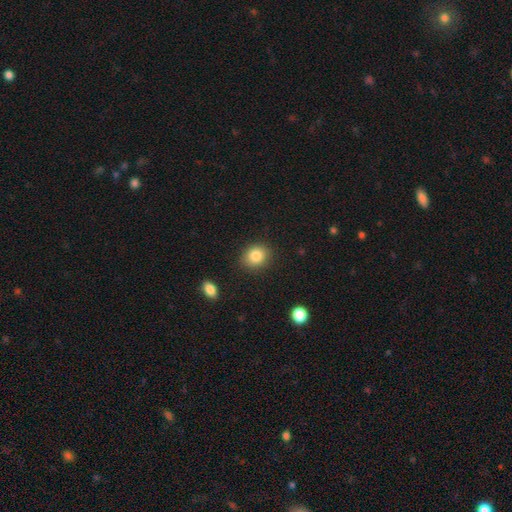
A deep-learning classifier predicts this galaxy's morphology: This appears to be a smooth galaxy with no disk features (85%) that is round (62%). Merging: none (86%).